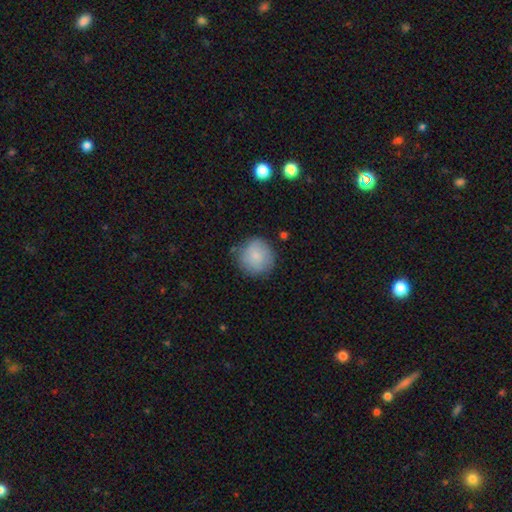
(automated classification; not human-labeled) Q: Smooth or featured?
A: smooth (82%); runner-up: featured or disk (11%)
Q: How rounded?
A: round (92%); runner-up: in between (7%)
Q: Merging?
A: none (76%); runner-up: minor disturbance (17%)